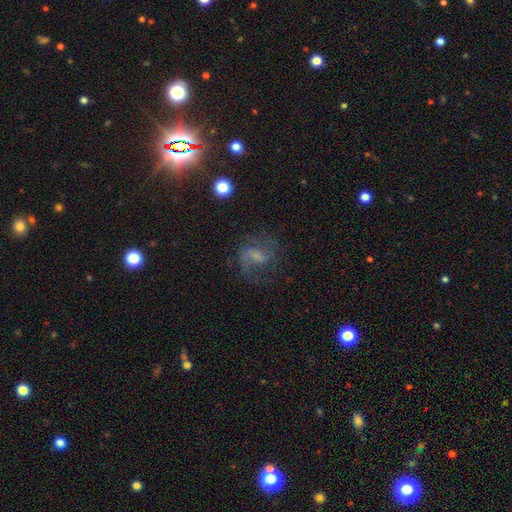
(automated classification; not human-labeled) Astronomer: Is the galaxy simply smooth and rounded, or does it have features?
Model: featured or disk — 65%.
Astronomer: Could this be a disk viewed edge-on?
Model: no — 97%.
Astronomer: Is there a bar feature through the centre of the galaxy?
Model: weak — 50% (runner-up: no, 34%).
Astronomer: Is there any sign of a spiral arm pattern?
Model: yes — 86%.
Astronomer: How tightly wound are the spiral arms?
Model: medium — 44% (runner-up: loose, 43%).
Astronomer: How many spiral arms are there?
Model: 2 — 62%.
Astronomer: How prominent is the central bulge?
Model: small — 39% (runner-up: none, 32%).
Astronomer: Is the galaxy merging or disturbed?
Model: none — 57%.